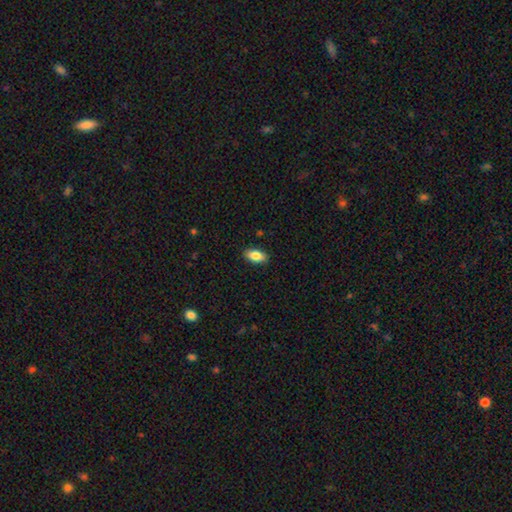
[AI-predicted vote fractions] Smooth or featured: smooth — 85% (featured or disk — 8%)
How rounded: in between — 91% (cigar-shaped — 5%)
Merging: none — 89% (minor disturbance — 8%)